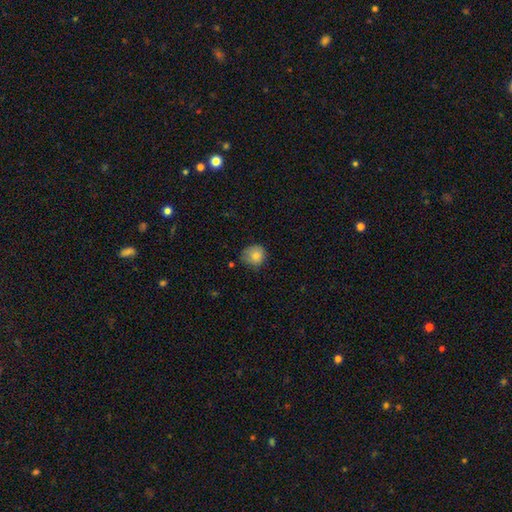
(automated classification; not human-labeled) Smooth or featured? Predicted: smooth (p=0.82). How rounded? Predicted: round (p=0.84). Merging? Predicted: none (p=0.68).